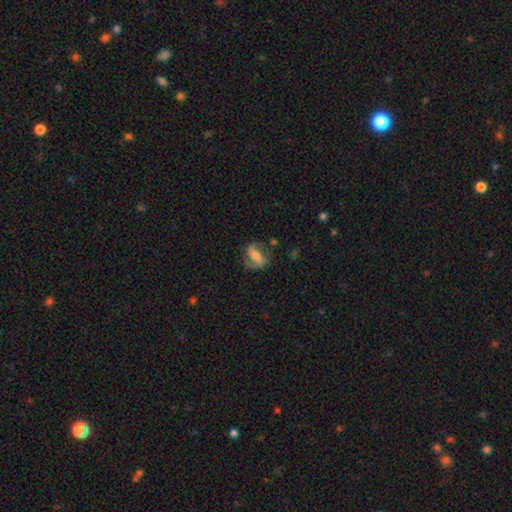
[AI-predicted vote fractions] smooth_or_featured: featured or disk (p=0.67) [alt: smooth p=0.25]
disk_edge_on: no (p=0.94) [alt: yes p=0.06]
bar: strong (p=0.46) [alt: weak p=0.32]
has_spiral_arms: yes (p=0.87) [alt: no p=0.13]
spiral_winding: medium (p=0.42) [alt: loose p=0.40]
spiral_arm_count: 2 (p=0.85) [alt: can't tell p=0.06]
bulge_size: moderate (p=0.49) [alt: small p=0.34]
merging: none (p=0.66) [alt: minor disturbance p=0.19]